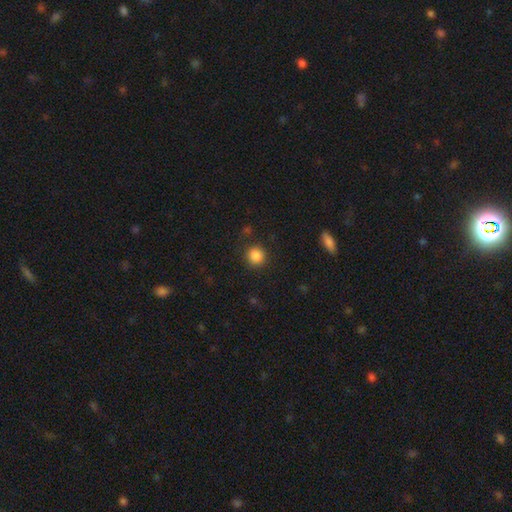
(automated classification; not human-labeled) smooth-or-featured: smooth: 86% | star or artifact: 10% | featured or disk: 3%
  how-rounded: round: 92% | in between: 7% | cigar-shaped: 1%
  merging: none: 88% | minor disturbance: 8% | major disturbance: 3% | merger: 2%